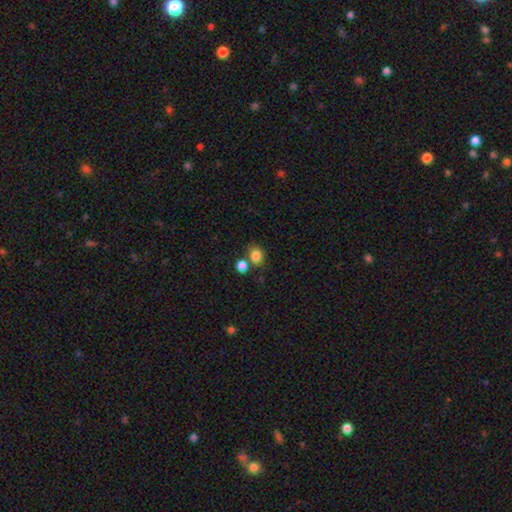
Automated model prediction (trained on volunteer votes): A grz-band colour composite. It shows a smooth galaxy with no disk features (83%) that is round (61%). Merging: none (61%).